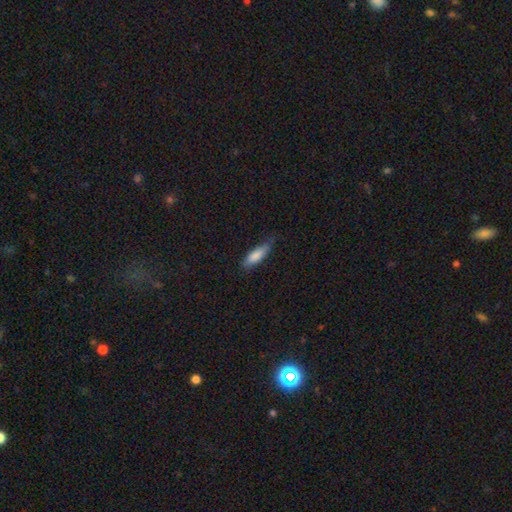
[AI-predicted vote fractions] The model was most divided on "how rounded": cigar-shaped: 52%, in between: 47%, round: 2%. More confident: smooth or featured — smooth (83%); merging — none (67%).